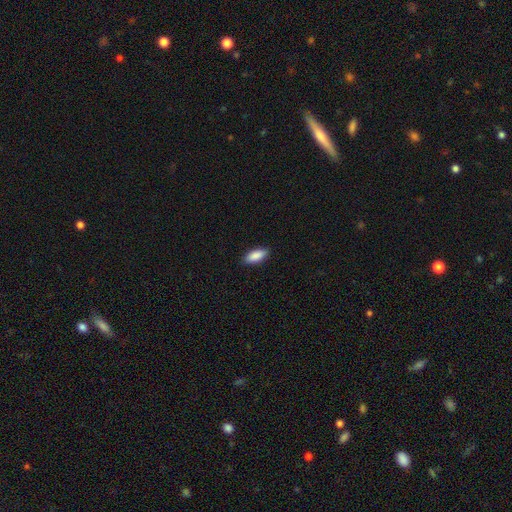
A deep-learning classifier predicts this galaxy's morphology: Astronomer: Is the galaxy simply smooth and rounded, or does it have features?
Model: smooth — 89%.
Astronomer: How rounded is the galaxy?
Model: in between — 81%.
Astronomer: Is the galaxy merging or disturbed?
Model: none — 89%.